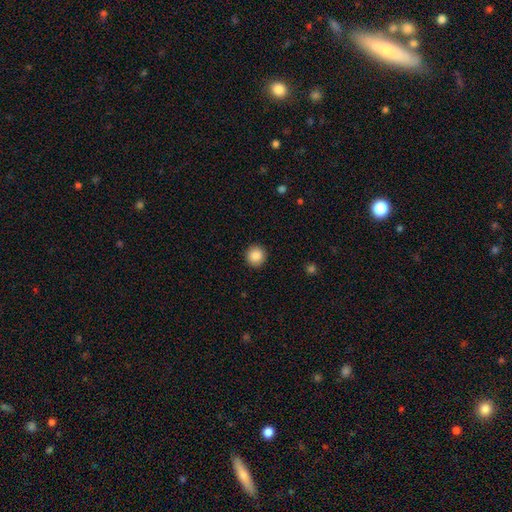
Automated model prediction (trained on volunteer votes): smooth_or_featured: smooth (p=0.87) [alt: star or artifact p=0.09]
how_rounded: round (p=0.94) [alt: in between p=0.05]
merging: none (p=0.93) [alt: minor disturbance p=0.05]